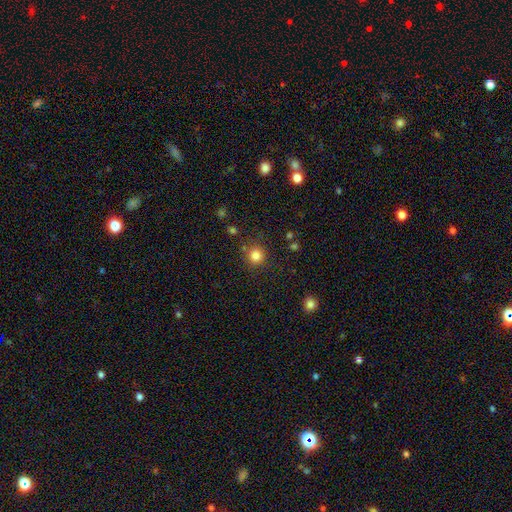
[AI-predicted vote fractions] smooth-or-featured: smooth: 82% | star or artifact: 13% | featured or disk: 5%
  how-rounded: round: 93% | in between: 6% | cigar-shaped: 1%
  merging: none: 85% | minor disturbance: 8% | merger: 3% | major disturbance: 3%